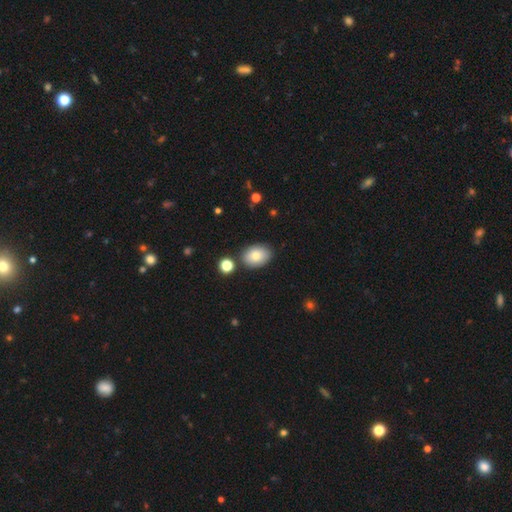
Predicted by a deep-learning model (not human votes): Overall: smooth (78%). How rounded: in between (80%). Merging: none (82%).